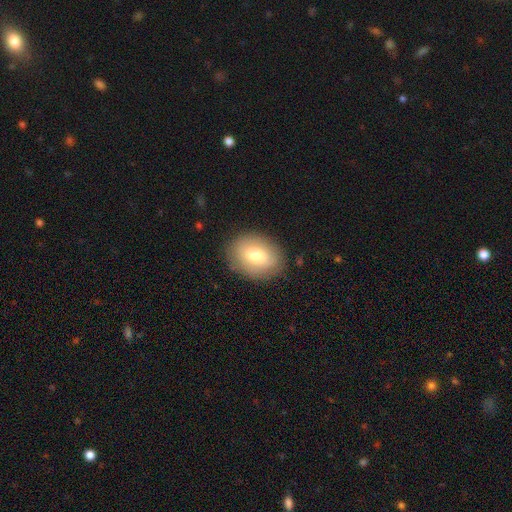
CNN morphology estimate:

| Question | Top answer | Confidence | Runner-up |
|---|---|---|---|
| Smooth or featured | smooth | 72% | featured or disk (20%) |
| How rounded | in between | 64% | round (35%) |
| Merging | none | 84% | minor disturbance (11%) |